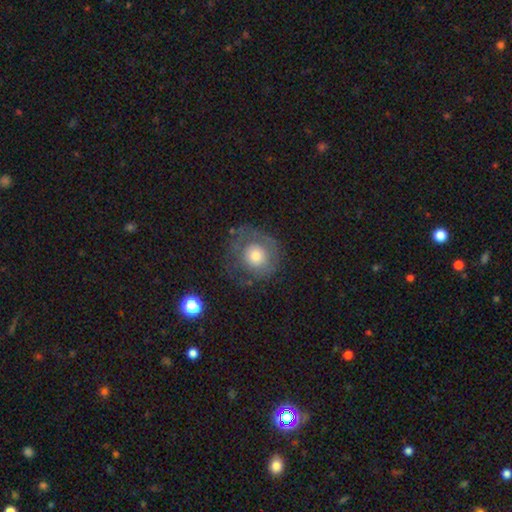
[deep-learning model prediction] smooth-or-featured: smooth: 58% | featured or disk: 32% | star or artifact: 10%
  how-rounded: round: 89% | in between: 10% | cigar-shaped: 1%
  merging: none: 63% | minor disturbance: 19% | major disturbance: 15% | merger: 2%